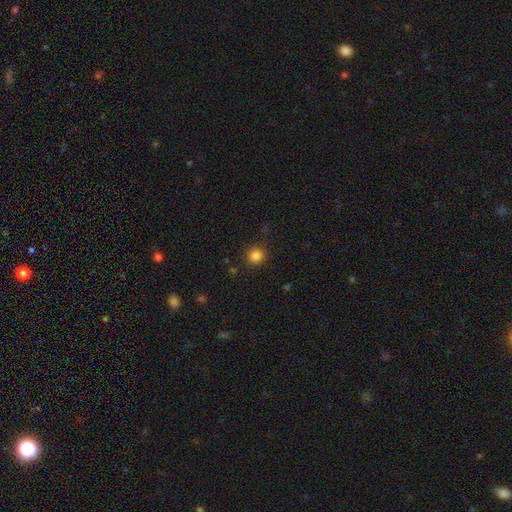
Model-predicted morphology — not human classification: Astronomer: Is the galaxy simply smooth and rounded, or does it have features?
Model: smooth — 84%.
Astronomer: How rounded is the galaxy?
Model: round — 93%.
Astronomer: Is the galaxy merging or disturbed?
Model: none — 90%.